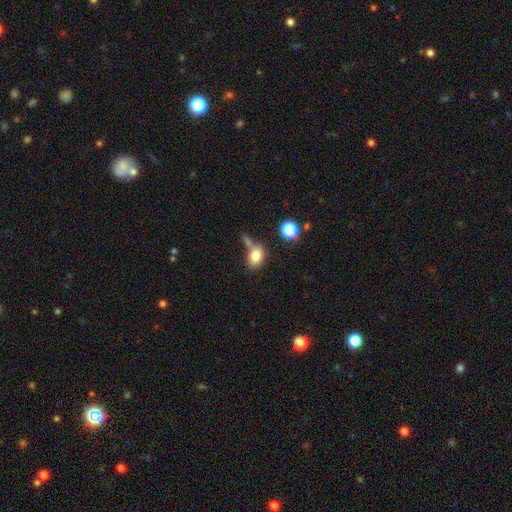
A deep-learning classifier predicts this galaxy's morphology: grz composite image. It shows a smooth galaxy with no disk features (80%) that is in between round and cigar-shaped (78%). Merging: none (48%).